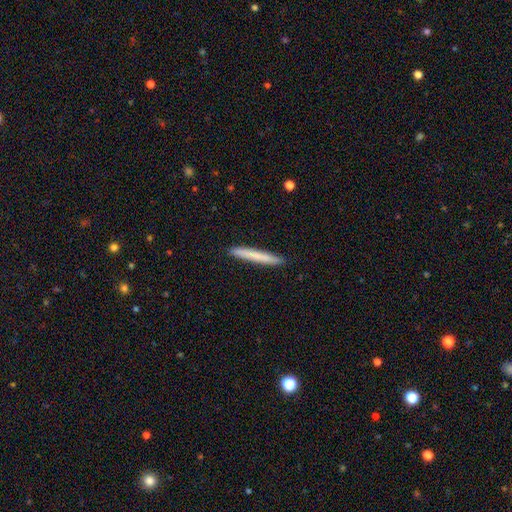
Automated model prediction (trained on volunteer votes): A smooth galaxy with no disk features (74%) that is cigar-shaped (97%). Merging: none (92%).